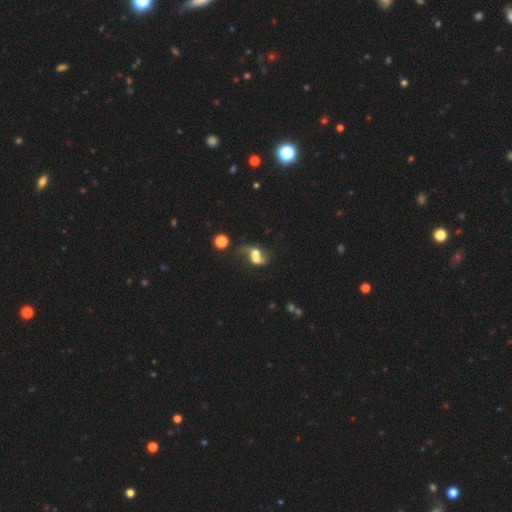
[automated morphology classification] type=featured or disk (50%); merging=merger (61%).